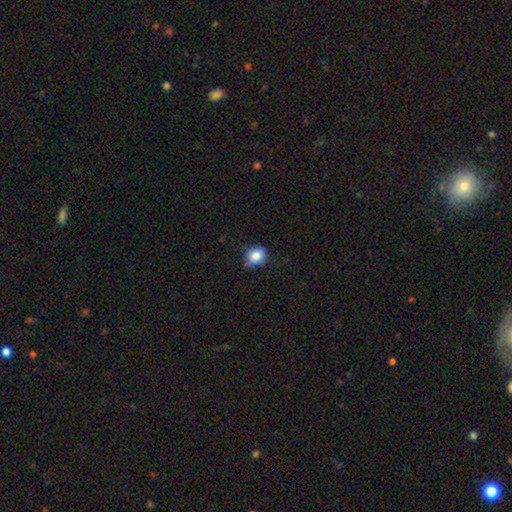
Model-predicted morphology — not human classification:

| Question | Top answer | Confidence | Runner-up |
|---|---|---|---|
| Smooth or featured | smooth | 83% | star or artifact (10%) |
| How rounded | round | 60% | in between (39%) |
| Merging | none | 57% | minor disturbance (31%) |